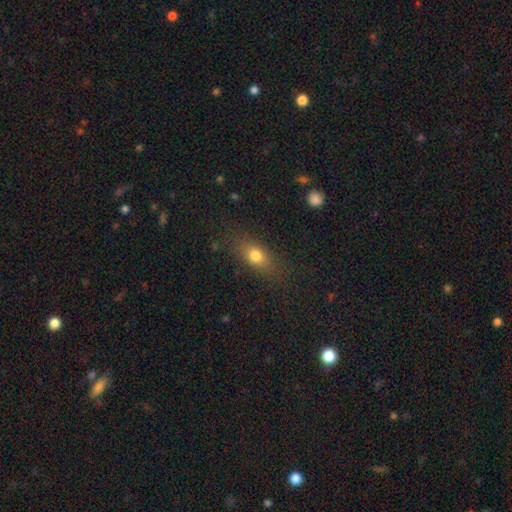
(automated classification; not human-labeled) A smooth galaxy with no disk features (76%) that is in between round and cigar-shaped (68%).

Vote fractions:
- Smooth or featured? smooth: 76% / featured or disk: 13% / star or artifact: 12%
- How rounded? in between: 68% / round: 19% / cigar-shaped: 13%
- Merging? none: 80% / minor disturbance: 13% / major disturbance: 5% / merger: 2%